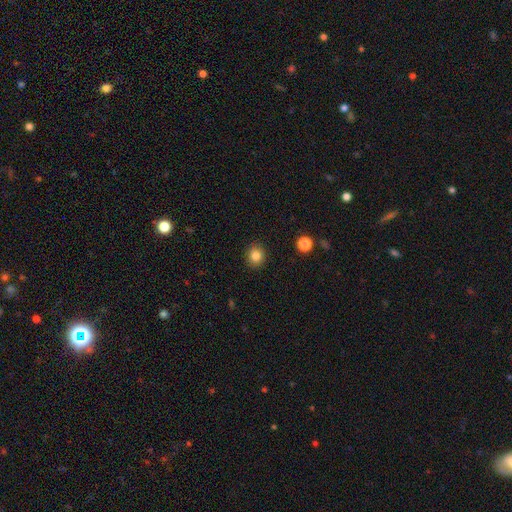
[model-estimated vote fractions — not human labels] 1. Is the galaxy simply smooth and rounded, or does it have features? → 83% smooth, 11% star or artifact, 5% featured or disk.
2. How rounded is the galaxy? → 80% round, 19% in between, 1% cigar-shaped.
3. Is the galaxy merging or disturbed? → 91% none, 6% minor disturbance, 2% major disturbance, 1% merger.